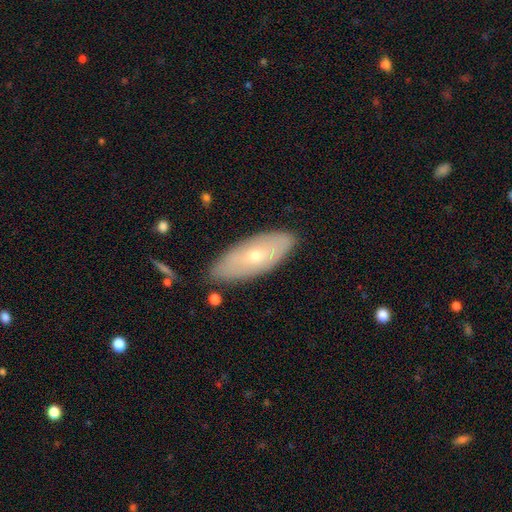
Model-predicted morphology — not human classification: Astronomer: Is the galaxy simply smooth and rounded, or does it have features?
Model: smooth — 54% (runner-up: featured or disk, 39%).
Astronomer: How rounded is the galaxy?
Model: in between — 78%.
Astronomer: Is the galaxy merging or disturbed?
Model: none — 81%.